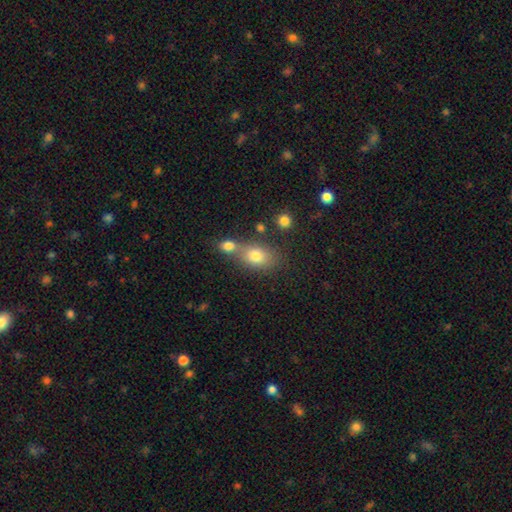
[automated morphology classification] Smooth or featured? smooth (76%)
How rounded? in between (71%)
Merging? none (44%)